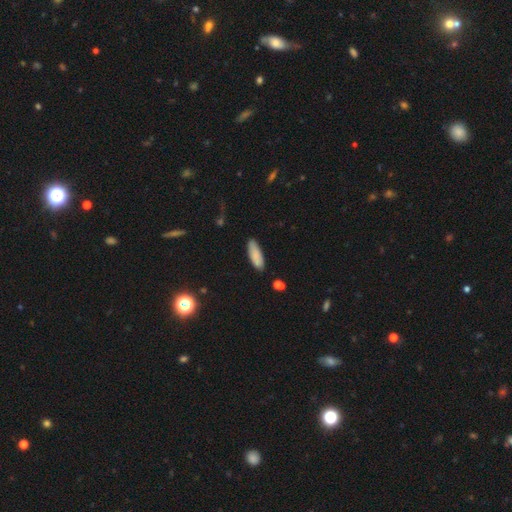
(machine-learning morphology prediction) Smooth or featured: smooth — 86% (featured or disk — 8%)
How rounded: in between — 61% (cigar-shaped — 37%)
Merging: none — 83% (minor disturbance — 12%)